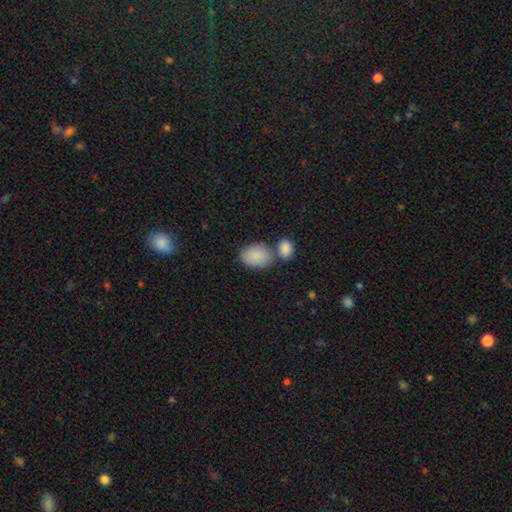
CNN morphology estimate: Smooth or featured? Predicted: smooth (p=0.87). How rounded? Predicted: in between (p=0.82). Merging? Predicted: none (p=0.53).